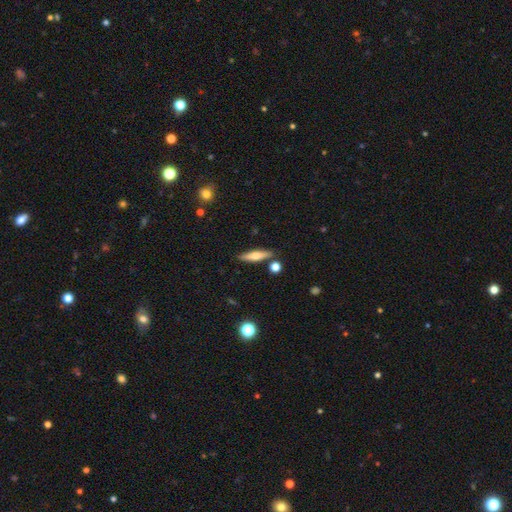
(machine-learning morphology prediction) A smooth galaxy with no disk features (53%) that is cigar-shaped (75%).

Vote fractions:
- Smooth or featured? smooth: 53% / featured or disk: 40% / star or artifact: 7%
- How rounded? cigar-shaped: 75% / in between: 22% / round: 3%
- Merging? none: 84% / minor disturbance: 9% / merger: 5% / major disturbance: 2%